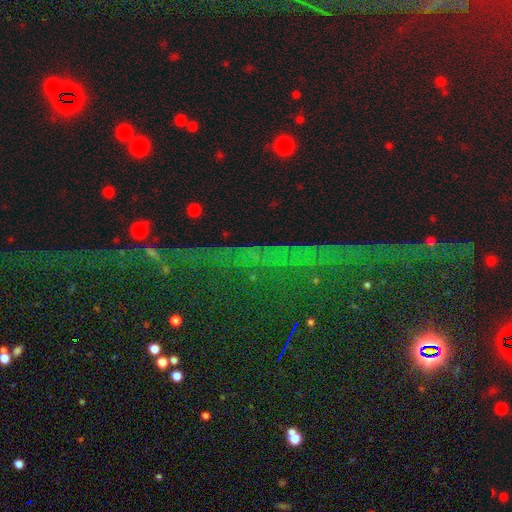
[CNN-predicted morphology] star or artifact 81%, featured or disk 10%, smooth 9%.